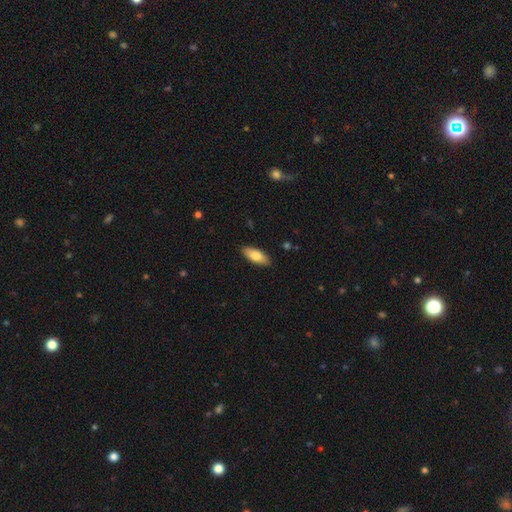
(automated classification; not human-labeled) smooth-or-featured: smooth: 77% | featured or disk: 17% | star or artifact: 6%
  how-rounded: in between: 79% | cigar-shaped: 18% | round: 2%
  merging: none: 89% | minor disturbance: 8% | major disturbance: 2% | merger: 1%